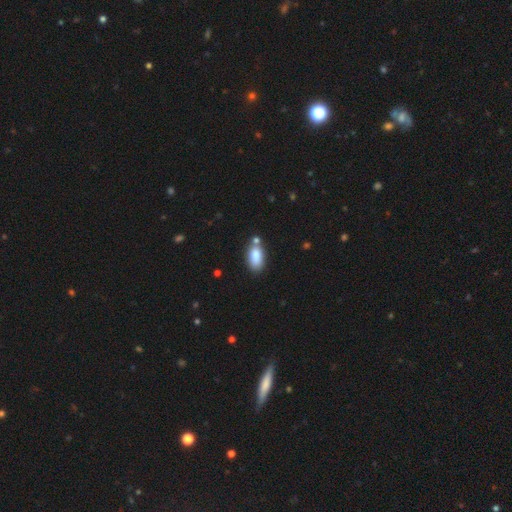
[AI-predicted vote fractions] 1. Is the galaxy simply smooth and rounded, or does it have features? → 86% smooth, 7% star or artifact, 7% featured or disk.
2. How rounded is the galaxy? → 91% in between, 5% cigar-shaped, 4% round.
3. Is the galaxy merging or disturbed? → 62% none, 17% merger, 17% minor disturbance, 4% major disturbance.